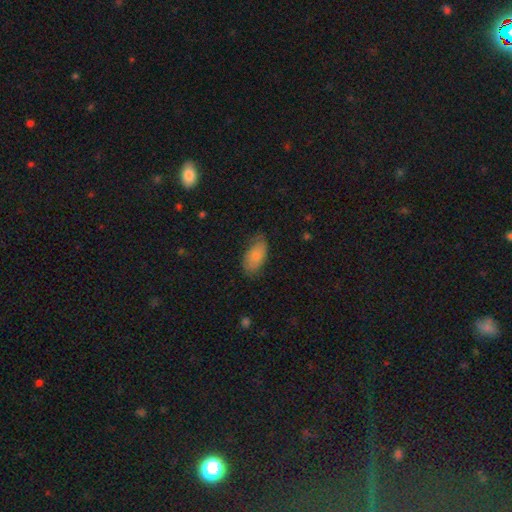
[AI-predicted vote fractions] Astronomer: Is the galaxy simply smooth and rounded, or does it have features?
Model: smooth — 81%.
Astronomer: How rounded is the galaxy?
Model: in between — 93%.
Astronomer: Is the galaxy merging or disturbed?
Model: none — 72%.